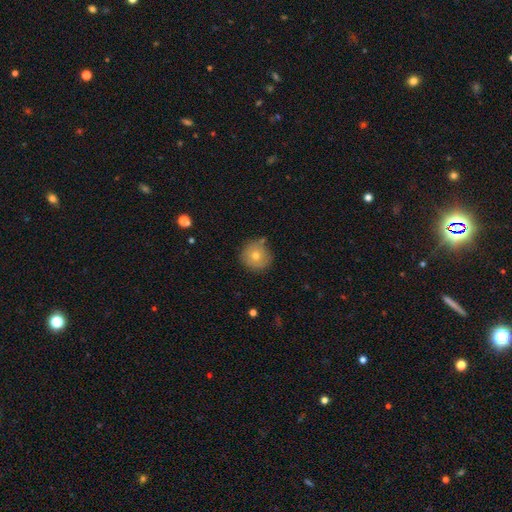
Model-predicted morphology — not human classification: smooth-or-featured: smooth: 67% | featured or disk: 21% | star or artifact: 11%
  how-rounded: round: 94% | in between: 5% | cigar-shaped: 1%
  merging: none: 82% | minor disturbance: 13% | merger: 3% | major disturbance: 3%